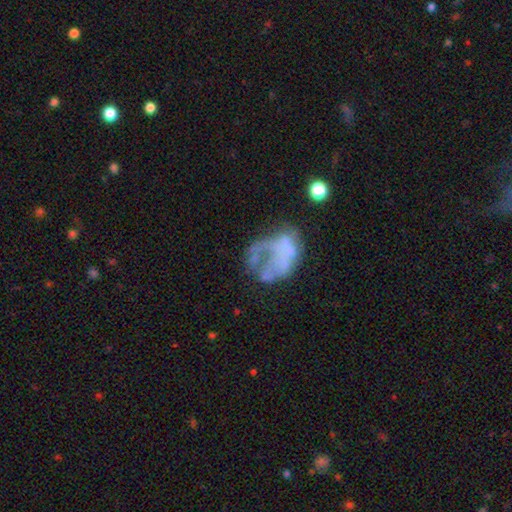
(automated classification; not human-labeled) This is possibly a featured or disk galaxy (59%). It is clearly not viewed edge-on (98%). Bar: clearly no (92%). Spiral arm pattern: clearly no (89%). Central bulge: clearly none (82%). Merging: marginally major disturbance (40%).